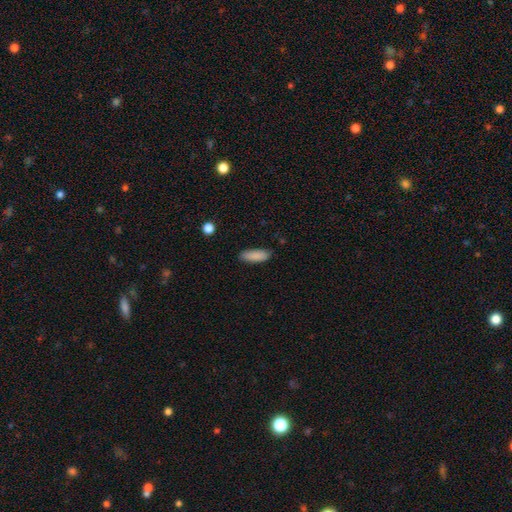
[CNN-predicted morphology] This appears to be a smooth galaxy with no disk features (88%) that is in between round and cigar-shaped (69%). Merging: none (86%).